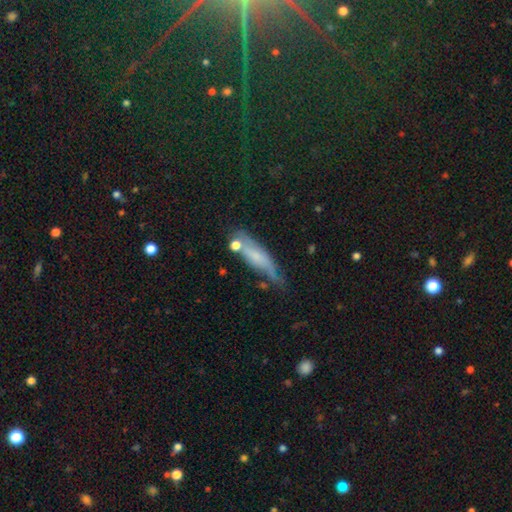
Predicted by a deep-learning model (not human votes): Smooth or featured?
  - smooth: 52% *
  - featured or disk: 38%
  - star or artifact: 11%
How rounded?
  - cigar-shaped: 63% *
  - in between: 34%
  - round: 3%
Merging?
  - none: 46% *
  - minor disturbance: 31%
  - major disturbance: 13%
  - merger: 10%